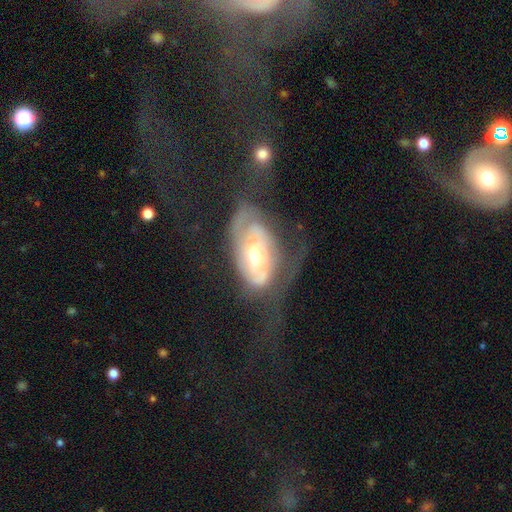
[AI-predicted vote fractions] Overall: featured or disk (75%). Edge-on disk: no (93%). Bar: no (63%; weak 28%). Spiral arms: yes (73%). Spiral arm count: can't tell (43%; 2 35%). Spiral winding: tight (51%; medium 32%). Bulge size: moderate (68%). Merging: major disturbance (43%; none 31%).